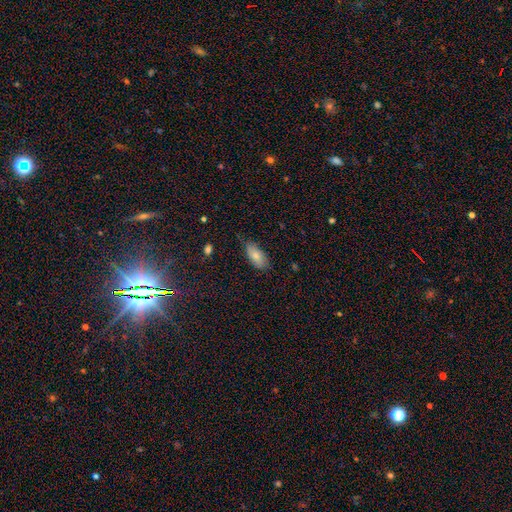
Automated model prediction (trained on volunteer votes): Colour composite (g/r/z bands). It shows a smooth galaxy with no disk features (79%) that is in between round and cigar-shaped (90%). Merging: none (67%).